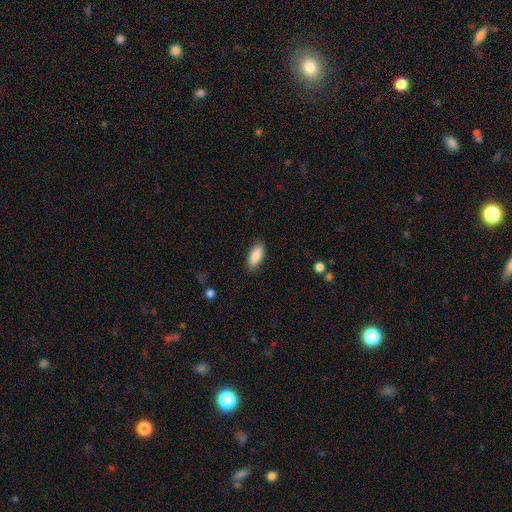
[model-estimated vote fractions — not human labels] Smooth or featured? Predicted: smooth (p=0.87). How rounded? Predicted: in between (p=0.85). Merging? Predicted: none (p=0.87).